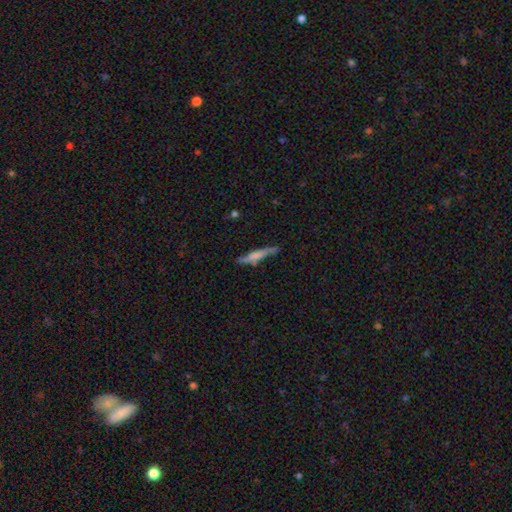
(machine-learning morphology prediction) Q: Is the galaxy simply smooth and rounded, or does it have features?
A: smooth — 53%.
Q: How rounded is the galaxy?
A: cigar-shaped — 89%.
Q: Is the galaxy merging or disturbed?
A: none — 65%.